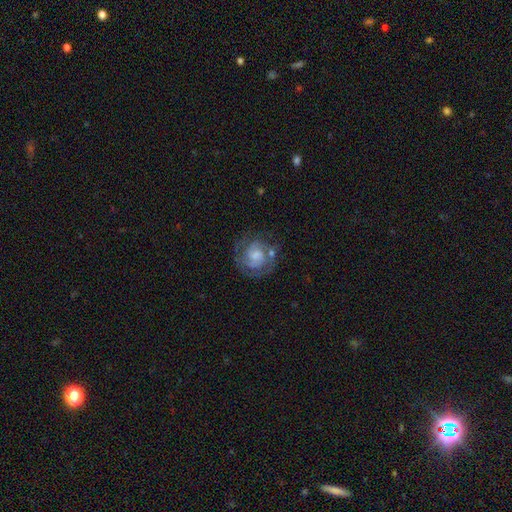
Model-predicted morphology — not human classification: type=featured or disk (71%); edge-on=no (98%); bar=no (54%); spiral arms=yes (88%); winding=tight (56%); arm count=2 (47%); bulge=small (43%); merging=none (65%).